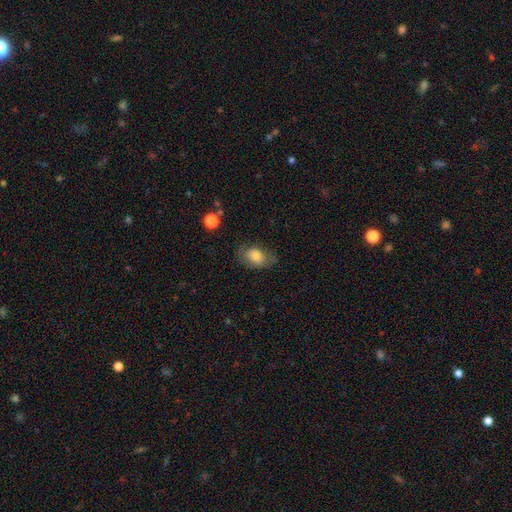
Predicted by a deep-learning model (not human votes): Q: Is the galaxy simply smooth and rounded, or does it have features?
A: smooth — 69%.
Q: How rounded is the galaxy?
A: in between — 78%.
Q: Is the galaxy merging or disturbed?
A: none — 65%.